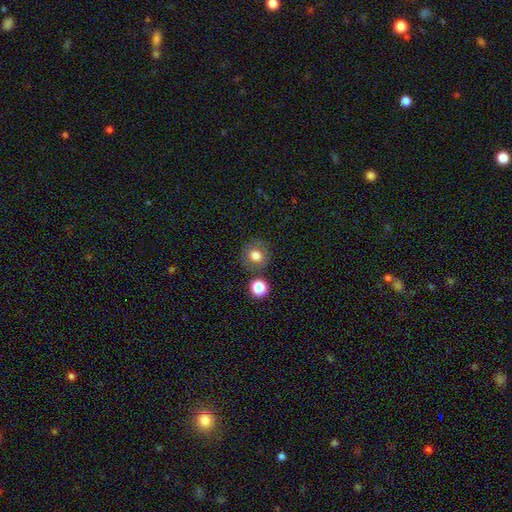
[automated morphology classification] Overall: smooth (76%). How rounded: round (86%). Merging: none (77%).